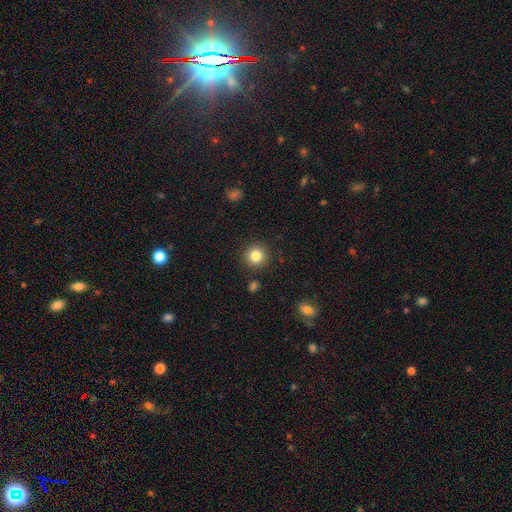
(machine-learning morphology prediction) A smooth galaxy with no disk features (83%) that is round (94%). Merging: none (90%).